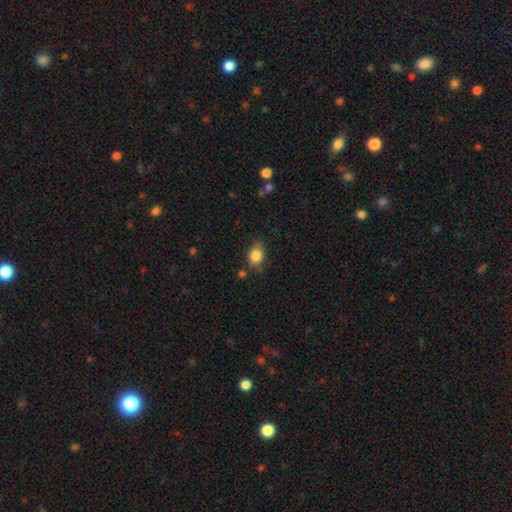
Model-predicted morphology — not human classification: smooth_or_featured: smooth (p=0.85) [alt: star or artifact p=0.08]
how_rounded: in between (p=0.76) [alt: round p=0.23]
merging: none (p=0.68) [alt: minor disturbance p=0.23]